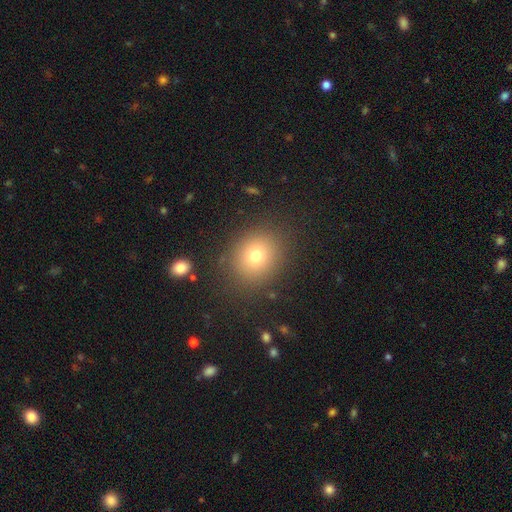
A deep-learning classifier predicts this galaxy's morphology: Smooth or featured? smooth (75%)
How rounded? round (71%)
Merging? none (86%)